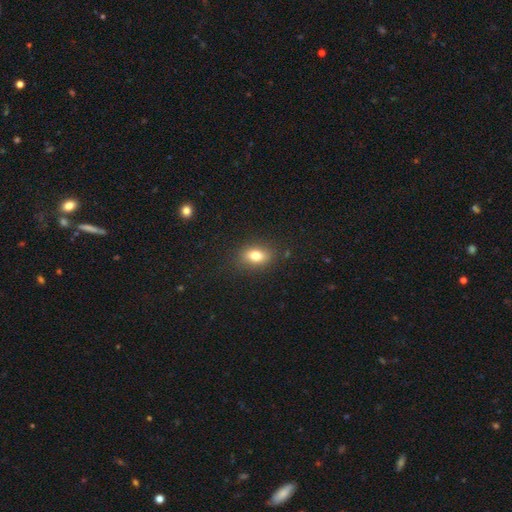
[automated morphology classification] Smooth or featured: smooth — 77% (featured or disk — 12%)
How rounded: in between — 76% (round — 21%)
Merging: none — 84% (minor disturbance — 11%)